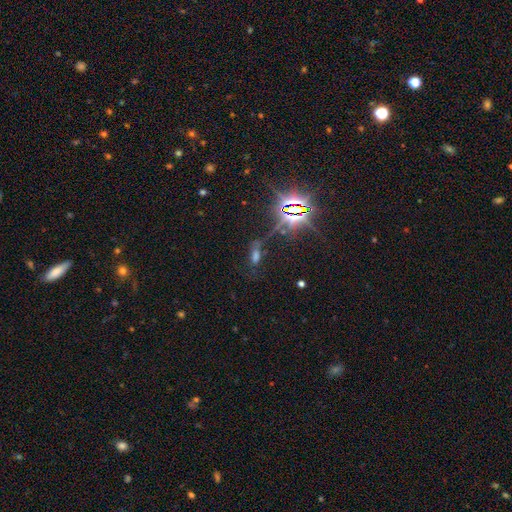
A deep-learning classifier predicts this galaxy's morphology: A star or artifact, not a galaxy (52%).

Vote fractions:
- Smooth or featured? star or artifact: 52% / smooth: 31% / featured or disk: 17%